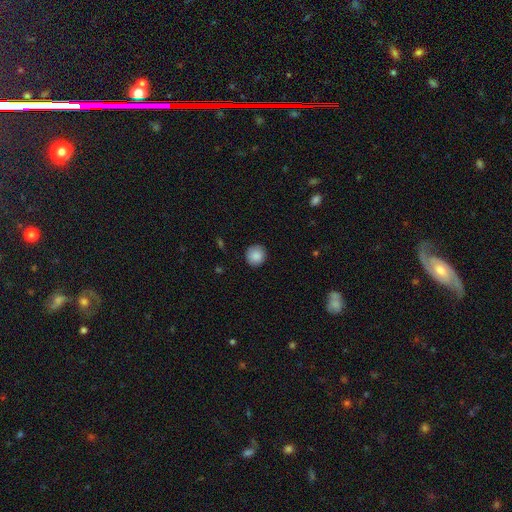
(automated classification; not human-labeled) Smooth or featured?
  - smooth: 88% *
  - star or artifact: 8%
  - featured or disk: 4%
How rounded?
  - round: 93% *
  - in between: 6%
  - cigar-shaped: 1%
Merging?
  - none: 89% *
  - minor disturbance: 8%
  - major disturbance: 2%
  - merger: 1%